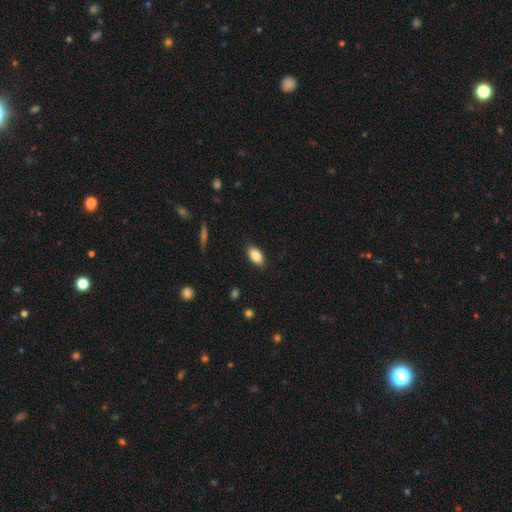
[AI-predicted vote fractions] Smooth or featured? Predicted: smooth (p=0.87). How rounded? Predicted: in between (p=0.91). Merging? Predicted: none (p=0.87).